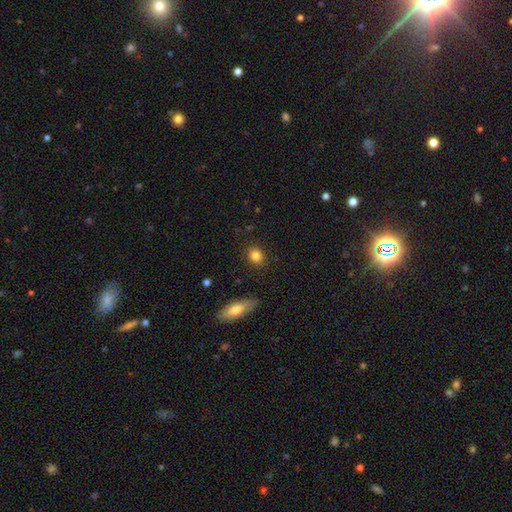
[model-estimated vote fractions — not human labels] This is clearly a smooth galaxy (83%). How rounded: likely round (65%). Merging: clearly none (89%).